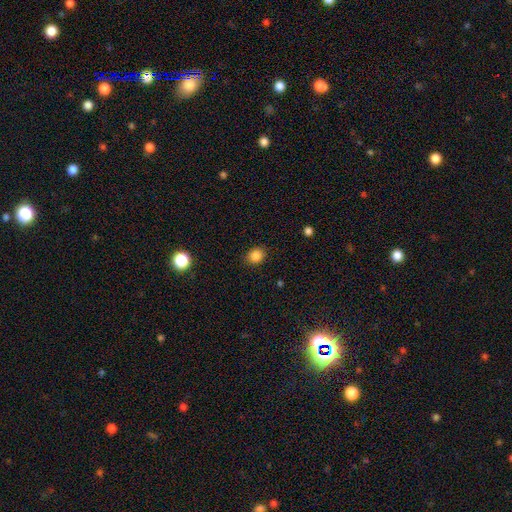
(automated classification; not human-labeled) Overall: smooth (85%). How rounded: round (66%; in between 33%). Merging: none (88%).